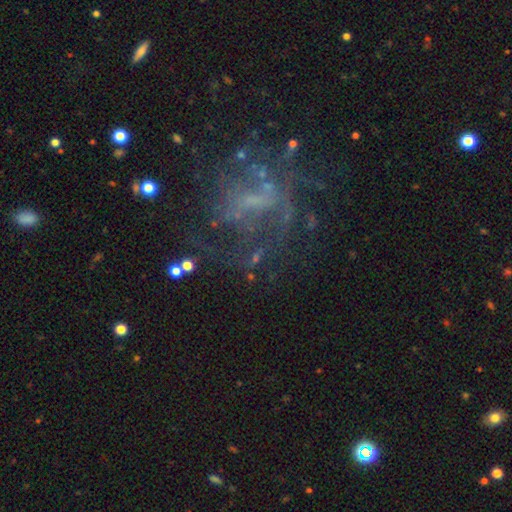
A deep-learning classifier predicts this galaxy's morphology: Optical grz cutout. It shows a featured or disk galaxy (64%) with no bar (53%), spiral arms (51%) and no central bulge (51%). Merging: none (49%).